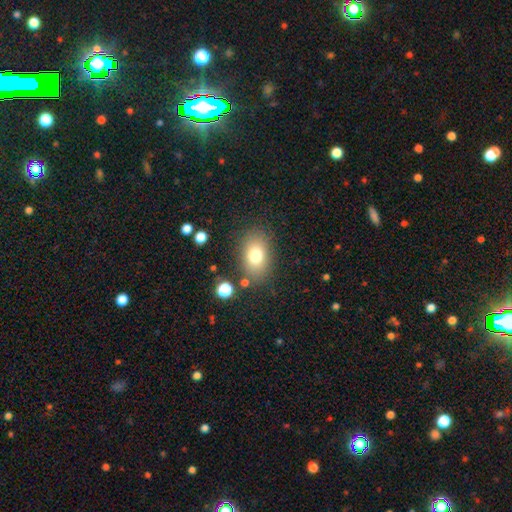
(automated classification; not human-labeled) A smooth galaxy with no disk features (67%) that is in between round and cigar-shaped (75%).

Vote fractions:
- Smooth or featured? smooth: 67% / star or artifact: 21% / featured or disk: 11%
- How rounded? in between: 75% / round: 24% / cigar-shaped: 2%
- Merging? none: 84% / minor disturbance: 9% / merger: 4% / major disturbance: 3%